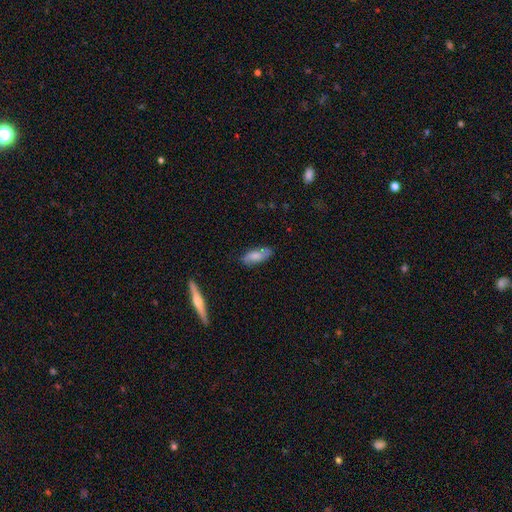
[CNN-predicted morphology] smooth 73%, featured or disk 21%, star or artifact 7%. Down the decision tree: how rounded — in between (73%); merging — none (74%).